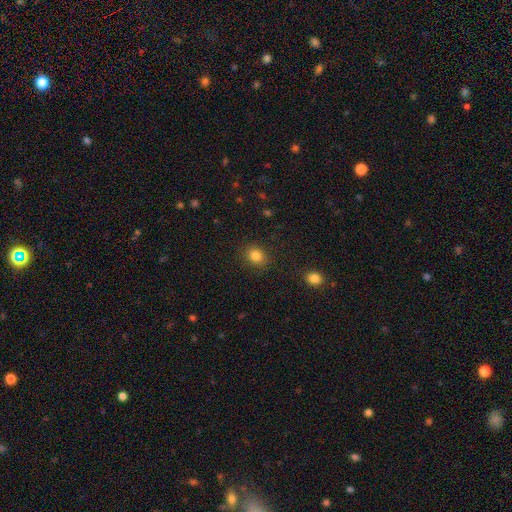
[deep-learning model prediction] smooth_or_featured: smooth (p=0.83) [alt: star or artifact p=0.12]
how_rounded: round (p=0.69) [alt: in between p=0.30]
merging: none (p=0.88) [alt: minor disturbance p=0.08]